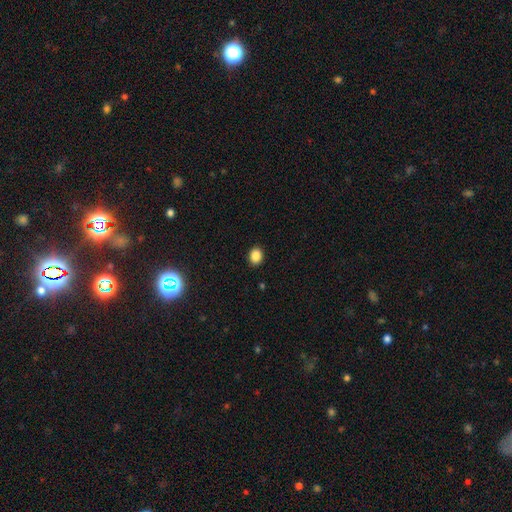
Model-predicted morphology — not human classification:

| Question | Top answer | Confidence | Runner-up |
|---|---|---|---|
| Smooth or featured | smooth | 87% | star or artifact (10%) |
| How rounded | round | 54% | in between (45%) |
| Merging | none | 90% | minor disturbance (7%) |